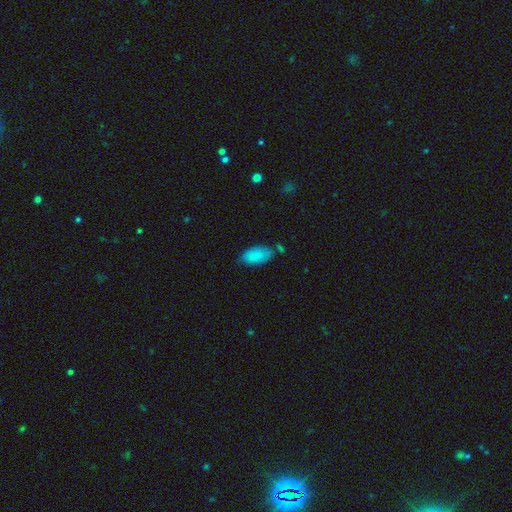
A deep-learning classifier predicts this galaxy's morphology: smooth-or-featured: smooth: 87% | star or artifact: 7% | featured or disk: 6%
  how-rounded: in between: 93% | cigar-shaped: 5% | round: 2%
  merging: none: 65% | minor disturbance: 23% | merger: 7% | major disturbance: 5%